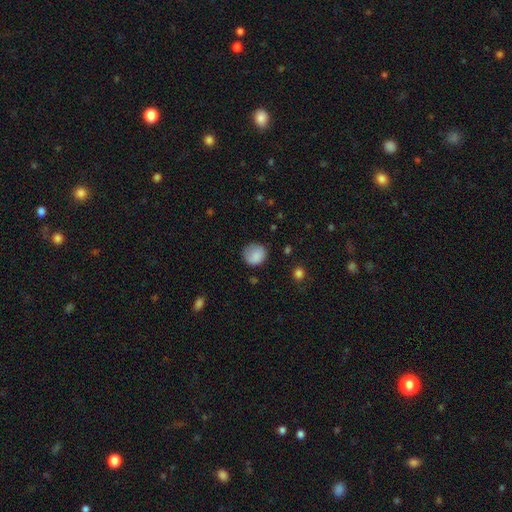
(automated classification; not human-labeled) A smooth galaxy with no disk features (85%) that is round (83%).

Vote fractions:
- Smooth or featured? smooth: 85% / star or artifact: 8% / featured or disk: 7%
- How rounded? round: 83% / in between: 16% / cigar-shaped: 1%
- Merging? none: 71% / minor disturbance: 21% / major disturbance: 6% / merger: 1%